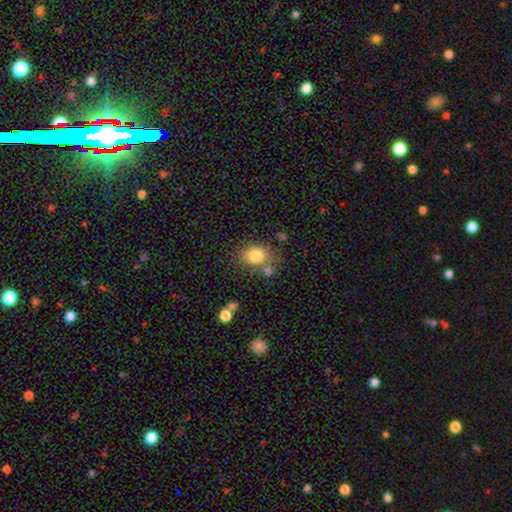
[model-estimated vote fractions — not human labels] Morphology: type=smooth (81%); roundness=in between (55%); merging=none (61%).